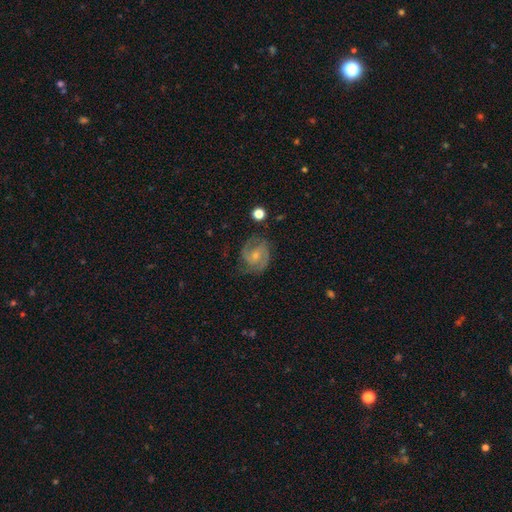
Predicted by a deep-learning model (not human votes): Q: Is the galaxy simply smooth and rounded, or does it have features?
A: featured or disk — 84%.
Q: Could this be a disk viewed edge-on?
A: no — 98%.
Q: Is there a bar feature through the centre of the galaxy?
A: no — 51%.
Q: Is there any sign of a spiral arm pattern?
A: yes — 97%.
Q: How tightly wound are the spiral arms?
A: medium — 50%.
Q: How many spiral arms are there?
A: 2 — 80%.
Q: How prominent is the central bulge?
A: small — 58%.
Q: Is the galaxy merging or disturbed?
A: none — 75%.